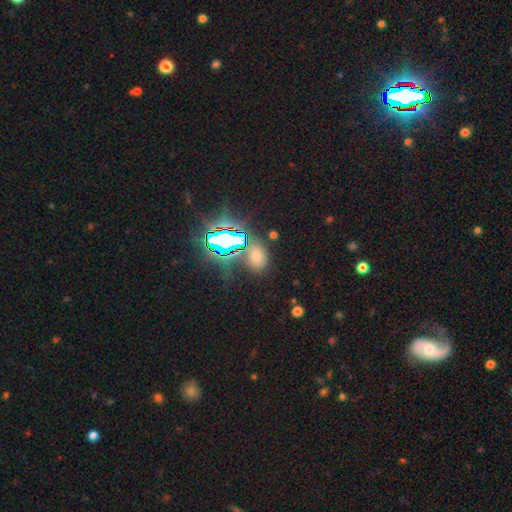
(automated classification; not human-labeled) smooth_or_featured: smooth (p=0.49) [alt: star or artifact p=0.42]
merging: none (p=0.76) [alt: minor disturbance p=0.12]